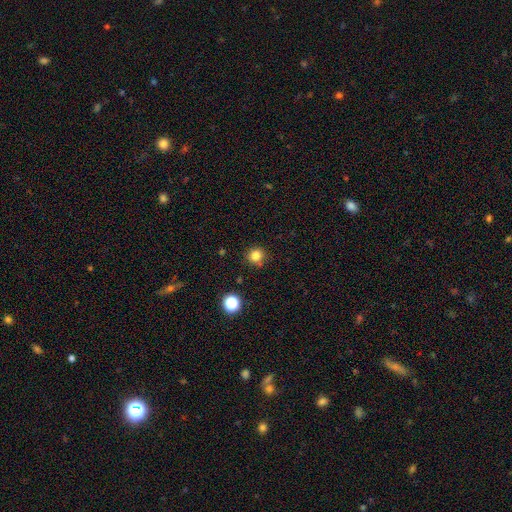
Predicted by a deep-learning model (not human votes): Smooth or featured?
  - smooth: 81% *
  - star or artifact: 14%
  - featured or disk: 5%
How rounded?
  - round: 92% *
  - in between: 7%
  - cigar-shaped: 1%
Merging?
  - none: 85% *
  - minor disturbance: 9%
  - merger: 4%
  - major disturbance: 2%